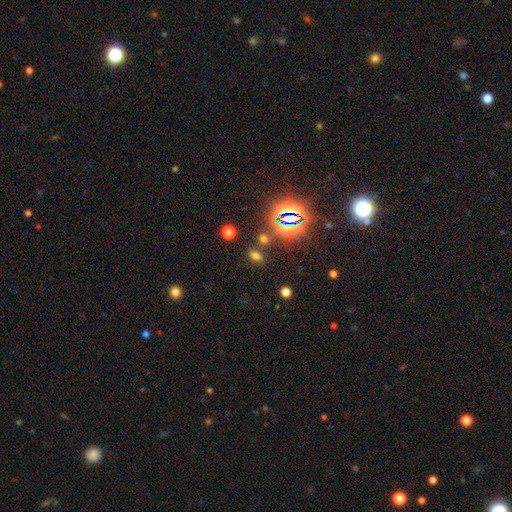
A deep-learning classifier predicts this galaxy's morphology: Q: Smooth or featured?
A: smooth (53%); runner-up: star or artifact (38%)
Q: How rounded?
A: in between (78%); runner-up: round (14%)
Q: Merging?
A: none (74%); runner-up: minor disturbance (11%)